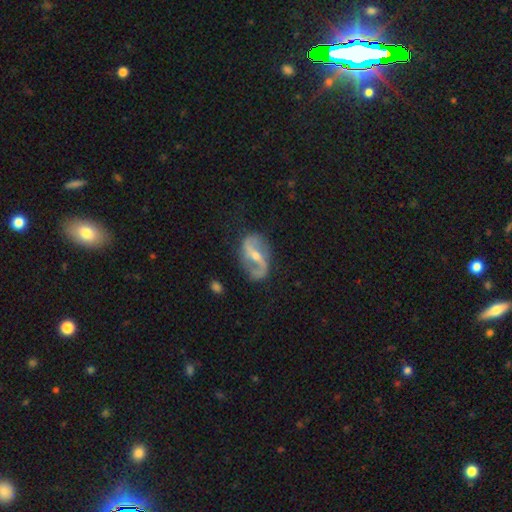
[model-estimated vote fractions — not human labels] featured or disk 86%, smooth 9%, star or artifact 5%. Down the decision tree: edge-on disk — no (95%); bar — strong (55%); spiral arms — yes (90%); spiral arm count — 2 (91%); spiral winding — loose (56%); bulge size — moderate (49%); merging — none (78%).